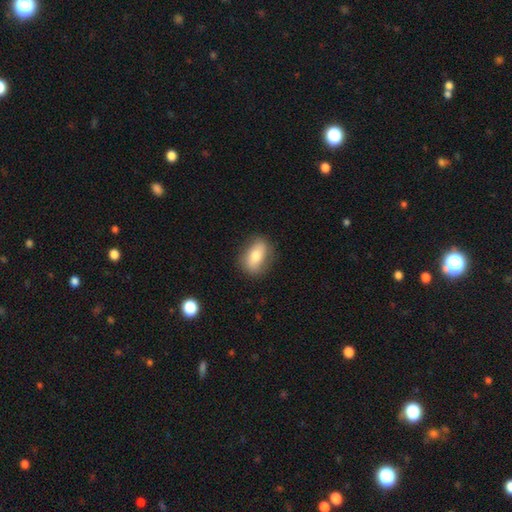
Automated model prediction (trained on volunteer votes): Overall: smooth (71%). How rounded: in between (82%). Merging: none (83%).